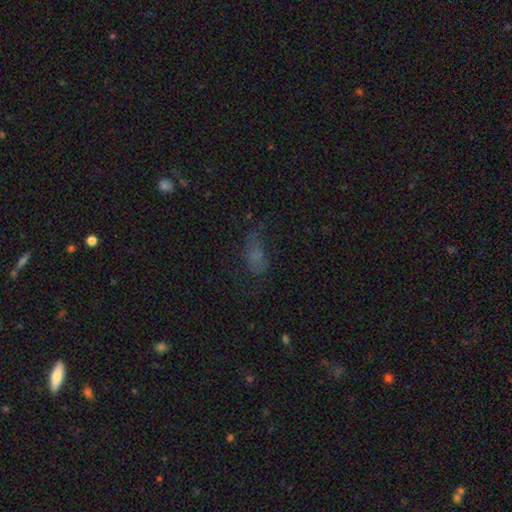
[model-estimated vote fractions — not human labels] smooth-or-featured: smooth: 54% | featured or disk: 23% | star or artifact: 22%
  how-rounded: in between: 84% | round: 9% | cigar-shaped: 7%
  merging: none: 43% | major disturbance: 29% | minor disturbance: 25% | merger: 3%